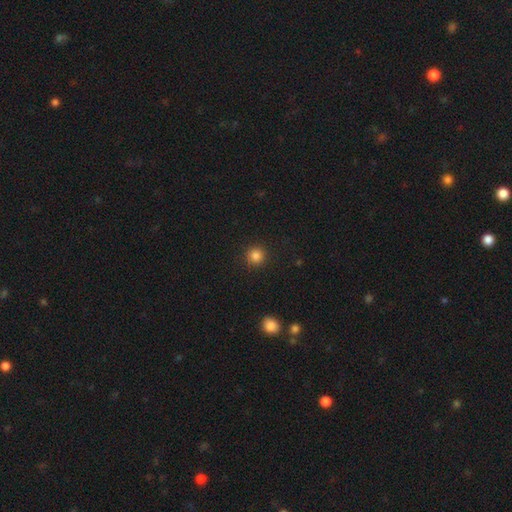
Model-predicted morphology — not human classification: This appears to be a smooth galaxy with no disk features (84%) that is round (94%). Merging: none (91%).